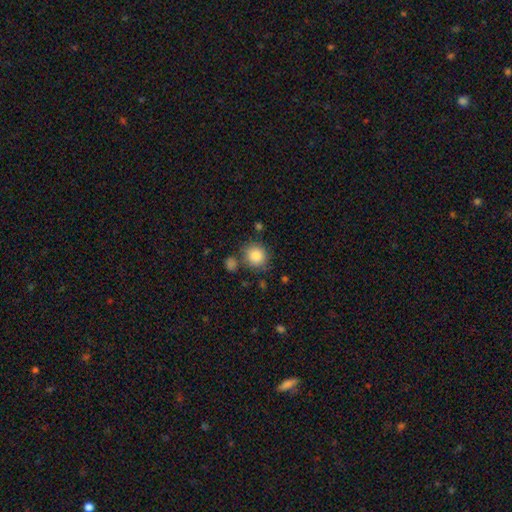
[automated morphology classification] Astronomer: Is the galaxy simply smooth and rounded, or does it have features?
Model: smooth — 85%.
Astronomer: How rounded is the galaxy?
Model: round — 87%.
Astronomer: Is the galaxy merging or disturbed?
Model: none — 76%.